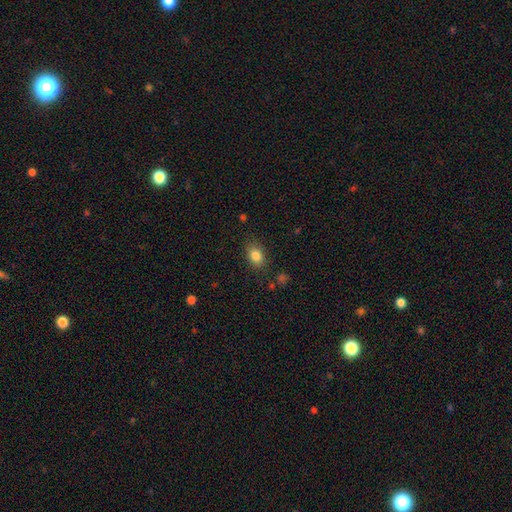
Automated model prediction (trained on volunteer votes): smooth 83%, star or artifact 10%, featured or disk 7%. Down the decision tree: how rounded — in between (73%); merging — none (83%).